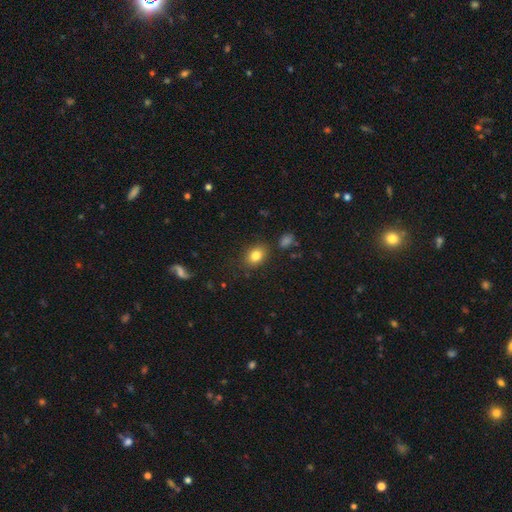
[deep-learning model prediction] This is clearly a smooth galaxy (82%). How rounded: likely in between (61%). Merging: clearly none (83%).